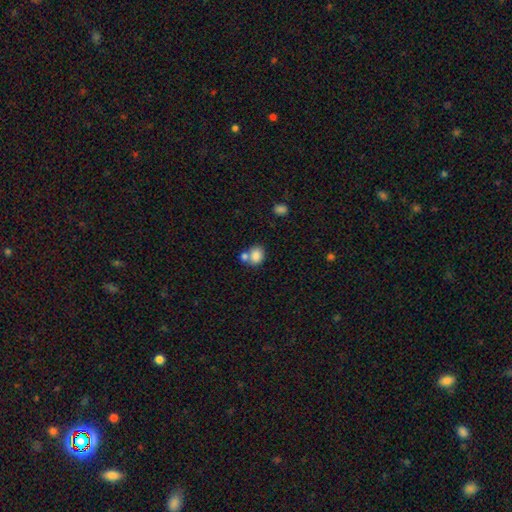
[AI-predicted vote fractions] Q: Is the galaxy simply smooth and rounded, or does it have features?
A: smooth — 83%.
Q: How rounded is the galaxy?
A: round — 59%.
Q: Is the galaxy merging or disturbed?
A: none — 45%.